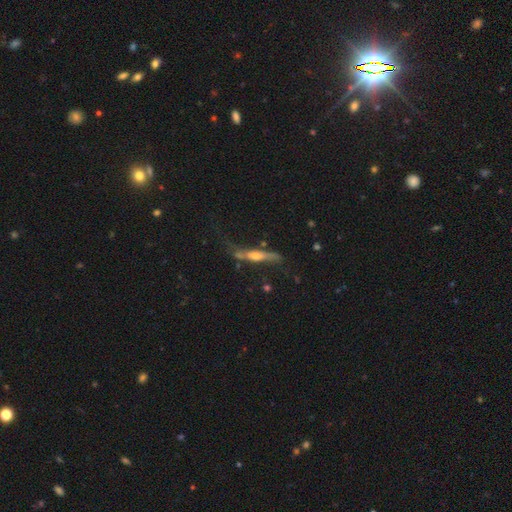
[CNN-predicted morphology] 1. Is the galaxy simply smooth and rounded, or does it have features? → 65% featured or disk, 28% smooth, 8% star or artifact.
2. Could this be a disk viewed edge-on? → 83% yes, 17% no.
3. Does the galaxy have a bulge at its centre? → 68% rounded, 18% none, 14% boxy.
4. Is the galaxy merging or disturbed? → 51% none, 26% minor disturbance, 16% major disturbance, 6% merger.